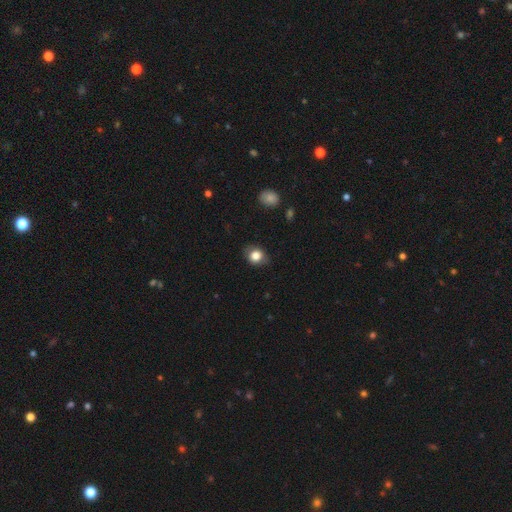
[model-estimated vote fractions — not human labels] Smooth or featured?
  - smooth: 81% *
  - featured or disk: 10%
  - star or artifact: 9%
How rounded?
  - round: 56% *
  - in between: 43%
  - cigar-shaped: 1%
Merging?
  - none: 81% *
  - minor disturbance: 14%
  - major disturbance: 3%
  - merger: 1%